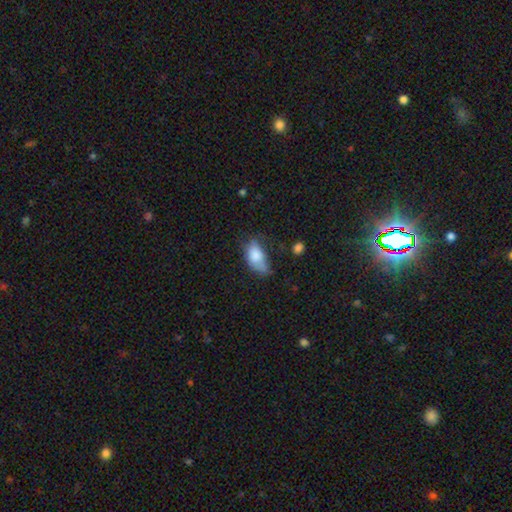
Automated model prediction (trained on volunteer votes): smooth 77%, featured or disk 15%, star or artifact 8%. Down the decision tree: how rounded — in between (90%); merging — minor disturbance (39%).